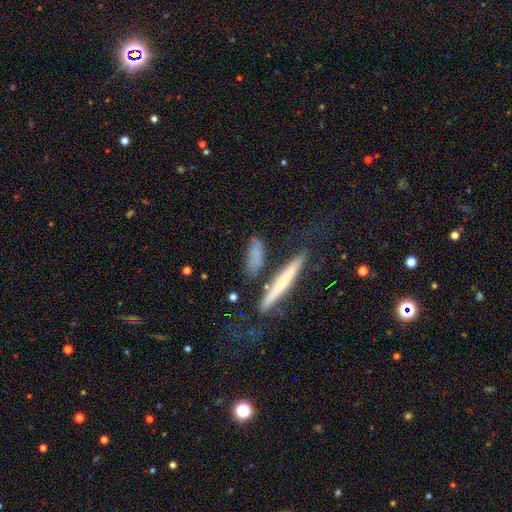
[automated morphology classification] Q: Smooth or featured?
A: smooth (59%); runner-up: featured or disk (33%)
Q: How rounded?
A: cigar-shaped (73%); runner-up: in between (22%)
Q: Merging?
A: none (62%); runner-up: minor disturbance (19%)